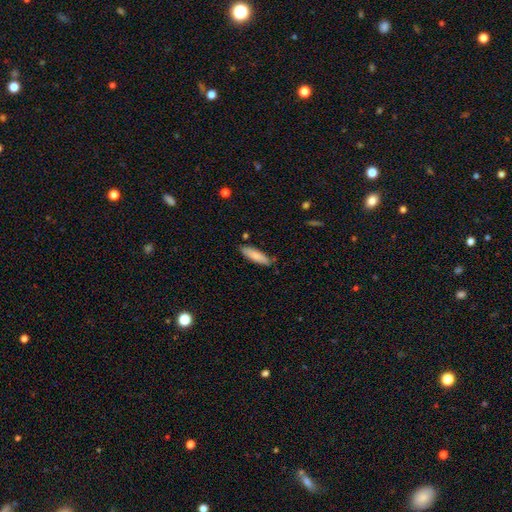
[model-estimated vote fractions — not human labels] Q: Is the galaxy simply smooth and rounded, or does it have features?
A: smooth — 82%.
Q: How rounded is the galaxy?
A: cigar-shaped — 57%.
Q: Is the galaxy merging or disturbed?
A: none — 80%.